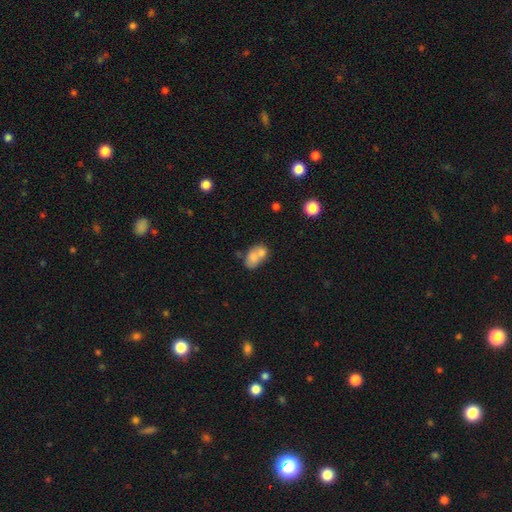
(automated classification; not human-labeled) smooth 71%, featured or disk 21%, star or artifact 8%. Down the decision tree: how rounded — in between (73%); merging — merger (61%).